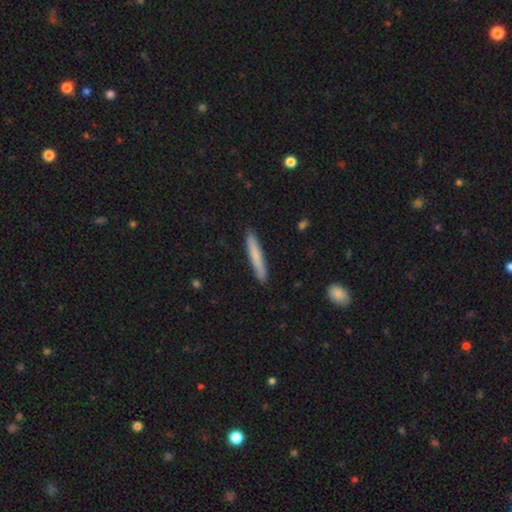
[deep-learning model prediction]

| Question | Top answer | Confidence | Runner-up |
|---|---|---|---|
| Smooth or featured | smooth | 75% | featured or disk (20%) |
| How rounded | cigar-shaped | 95% | in between (3%) |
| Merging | none | 90% | minor disturbance (7%) |